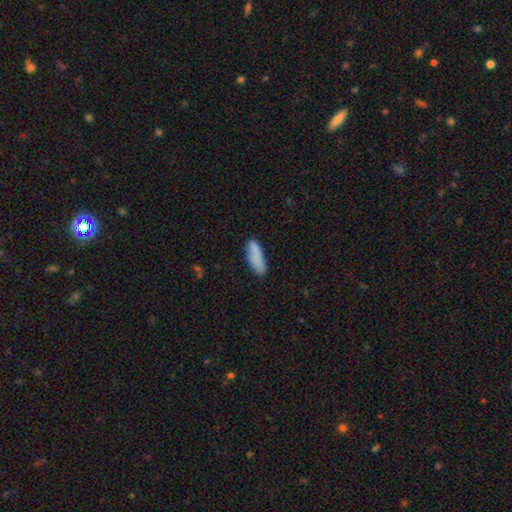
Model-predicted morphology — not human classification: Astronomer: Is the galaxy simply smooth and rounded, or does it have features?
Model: smooth — 85%.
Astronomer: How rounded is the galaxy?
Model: in between — 53% (runner-up: cigar-shaped, 45%).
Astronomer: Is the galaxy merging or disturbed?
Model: none — 74%.